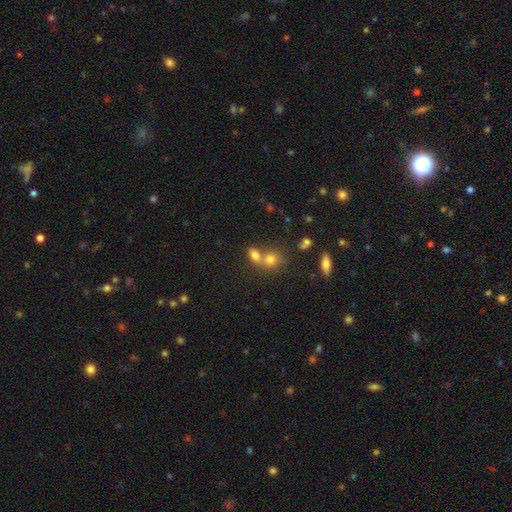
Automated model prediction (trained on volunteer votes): Smooth or featured? Predicted: smooth (p=0.75). How rounded? Predicted: in between (p=0.61). Merging? Predicted: merger (p=0.57).